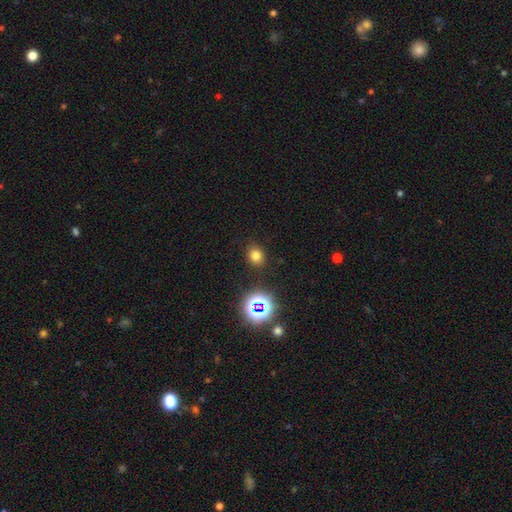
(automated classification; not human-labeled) Morphology: type=smooth (73%); roundness=round (67%); merging=none (87%).